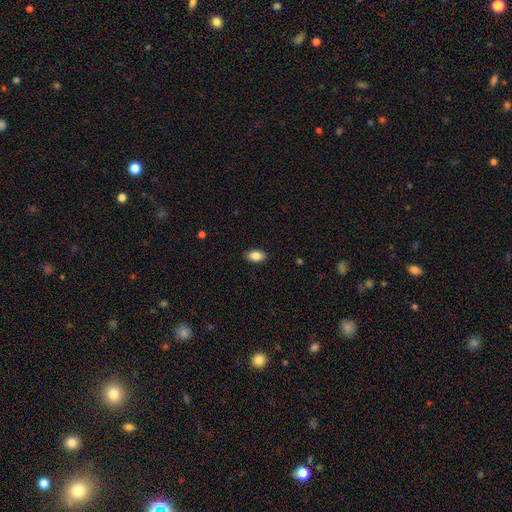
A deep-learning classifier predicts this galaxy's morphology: A smooth galaxy with no disk features (87%) that is in between round and cigar-shaped (91%).

Vote fractions:
- Smooth or featured? smooth: 87% / star or artifact: 8% / featured or disk: 5%
- How rounded? in between: 91% / round: 8% / cigar-shaped: 2%
- Merging? none: 89% / minor disturbance: 8% / major disturbance: 2% / merger: 1%